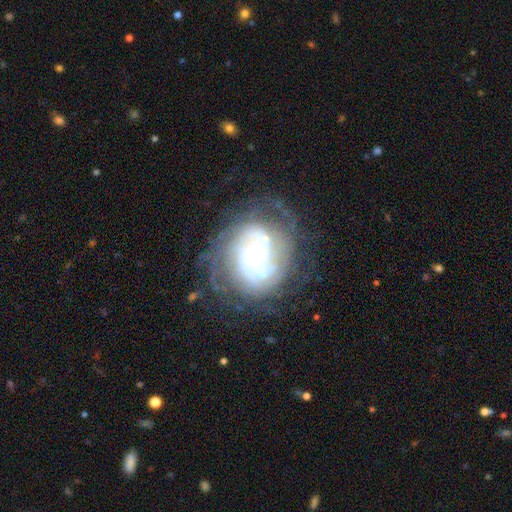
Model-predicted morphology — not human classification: The model was most divided on "spiral arm count": can't tell: 34%, 2: 28%, 3: 16%, 4: 10%, more than 4: 7%, 1: 6%. More confident: edge-on disk — no (97%); spiral arms — yes (93%); smooth or featured — featured or disk (85%); merging — none (66%); bar — no (65%); spiral winding — tight (59%); bulge size — small (57%).